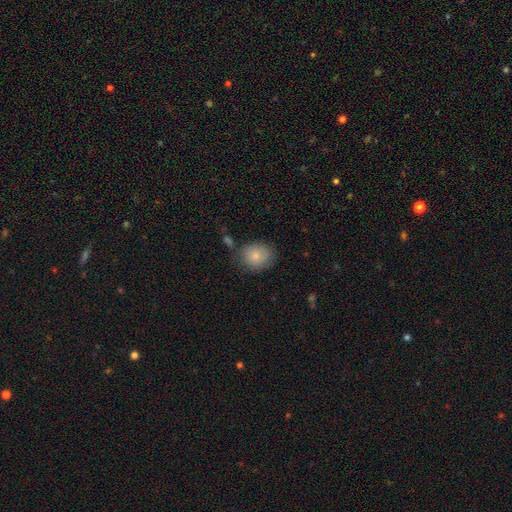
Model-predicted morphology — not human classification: Smooth or featured: smooth — 83% (featured or disk — 9%)
How rounded: round — 72% (in between — 27%)
Merging: none — 71% (minor disturbance — 17%)